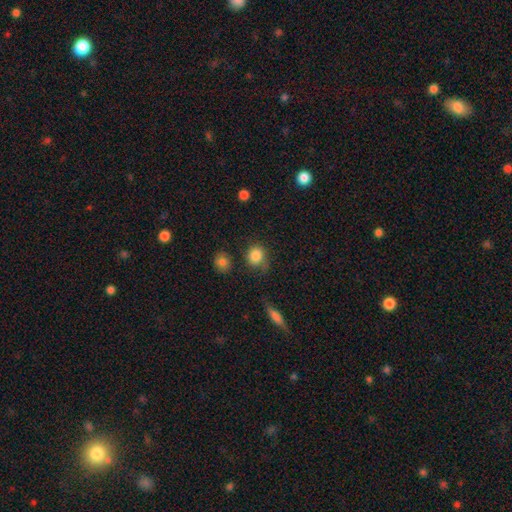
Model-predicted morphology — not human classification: smooth_or_featured: smooth (p=0.84) [alt: star or artifact p=0.09]
how_rounded: round (p=0.75) [alt: in between p=0.24]
merging: none (p=0.65) [alt: minor disturbance p=0.22]